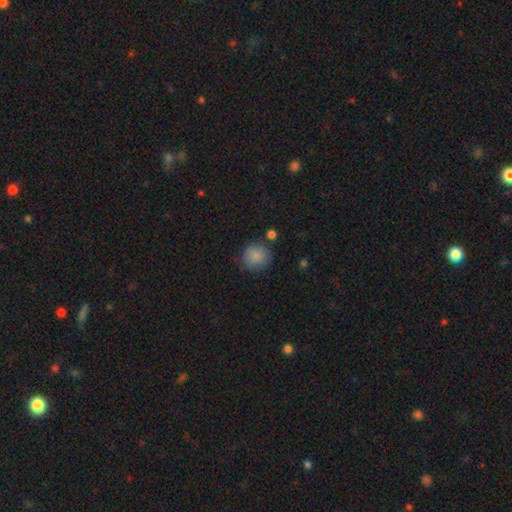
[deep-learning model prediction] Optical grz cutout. It shows a smooth galaxy with no disk features (87%) that is round (88%). Merging: none (79%).